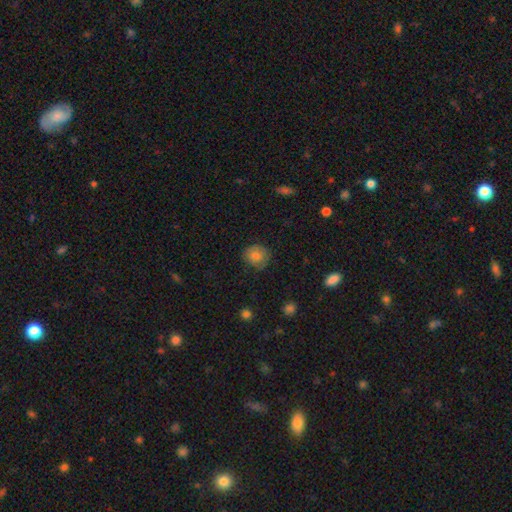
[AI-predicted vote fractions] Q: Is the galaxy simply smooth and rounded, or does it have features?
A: smooth — 77%.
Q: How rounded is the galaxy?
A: round — 81%.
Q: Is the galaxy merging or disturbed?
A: none — 78%.